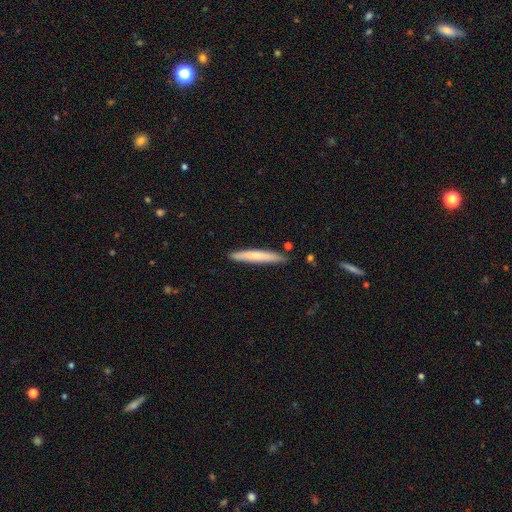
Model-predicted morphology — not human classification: A smooth galaxy with no disk features (69%) that is cigar-shaped (95%).

Vote fractions:
- Smooth or featured? smooth: 69% / featured or disk: 25% / star or artifact: 5%
- How rounded? cigar-shaped: 95% / in between: 4% / round: 1%
- Merging? none: 86% / minor disturbance: 10% / merger: 2% / major disturbance: 2%